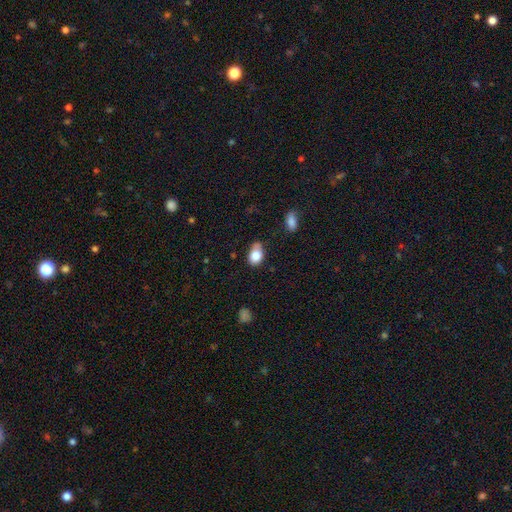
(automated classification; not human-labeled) smooth-or-featured: smooth: 82% | star or artifact: 9% | featured or disk: 9%
  how-rounded: in between: 69% | round: 30% | cigar-shaped: 1%
  merging: none: 52% | minor disturbance: 32% | merger: 8% | major disturbance: 8%